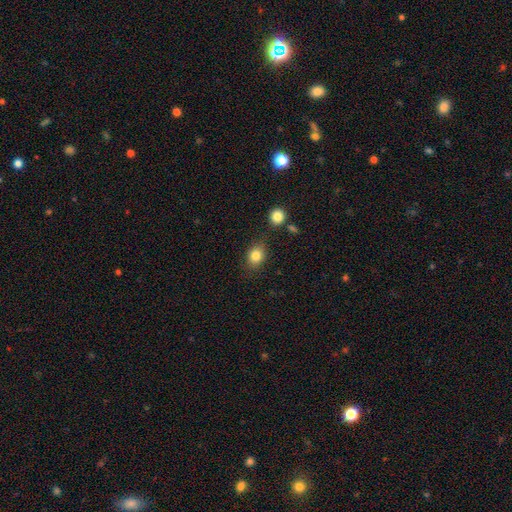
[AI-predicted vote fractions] This is clearly a smooth galaxy (83%). How rounded: possibly in between (58%). Merging: likely none (77%).